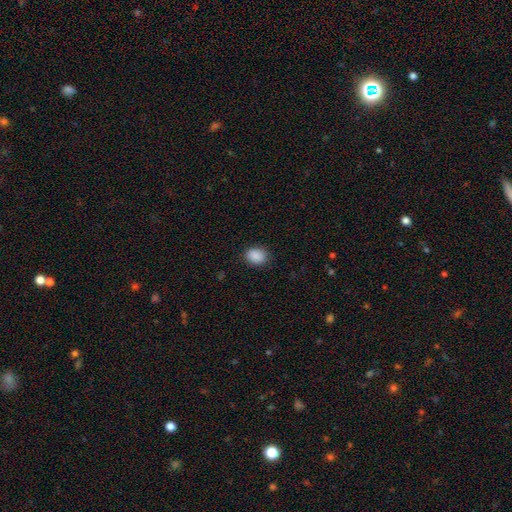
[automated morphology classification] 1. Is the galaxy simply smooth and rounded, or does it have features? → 89% smooth, 8% star or artifact, 3% featured or disk.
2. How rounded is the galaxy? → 55% in between, 44% round, 1% cigar-shaped.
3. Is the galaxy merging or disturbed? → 84% none, 12% minor disturbance, 3% major disturbance, 1% merger.